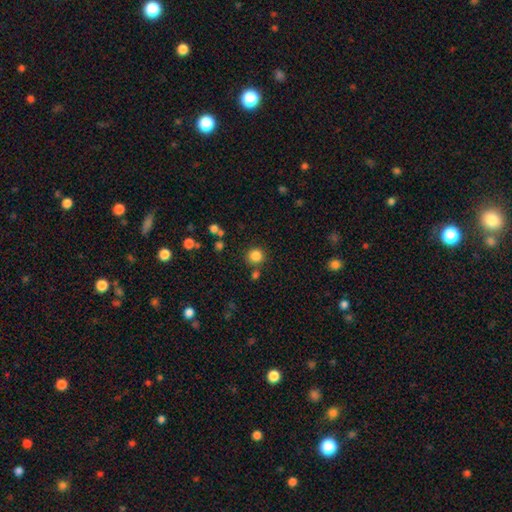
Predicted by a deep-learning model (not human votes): Q: Smooth or featured?
A: smooth (84%); runner-up: star or artifact (12%)
Q: How rounded?
A: round (92%); runner-up: in between (7%)
Q: Merging?
A: none (81%); runner-up: minor disturbance (8%)